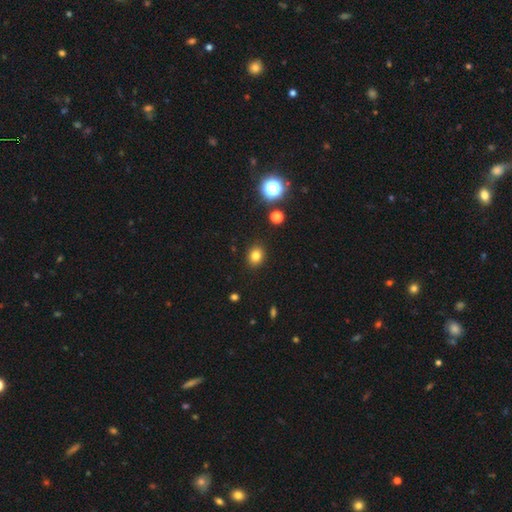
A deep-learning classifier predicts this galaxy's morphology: Smooth or featured: smooth — 80% (star or artifact — 14%)
How rounded: round — 58% (in between — 41%)
Merging: none — 89% (minor disturbance — 7%)